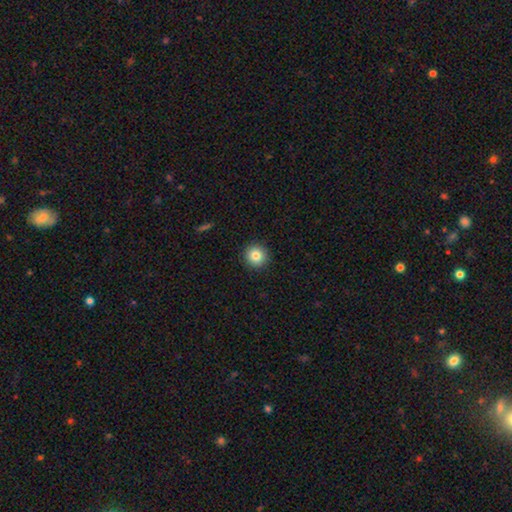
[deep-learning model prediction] Smooth or featured: smooth — 83% (star or artifact — 10%)
How rounded: round — 95% (in between — 4%)
Merging: none — 93% (minor disturbance — 5%)